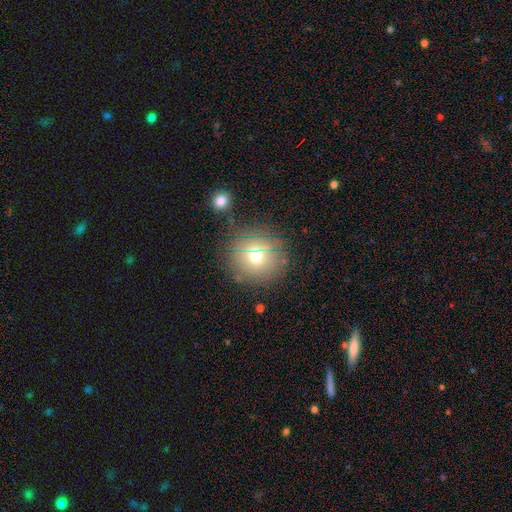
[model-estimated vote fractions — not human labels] Smooth or featured: smooth — 65% (star or artifact — 18%)
How rounded: round — 91% (in between — 7%)
Merging: none — 81% (minor disturbance — 10%)